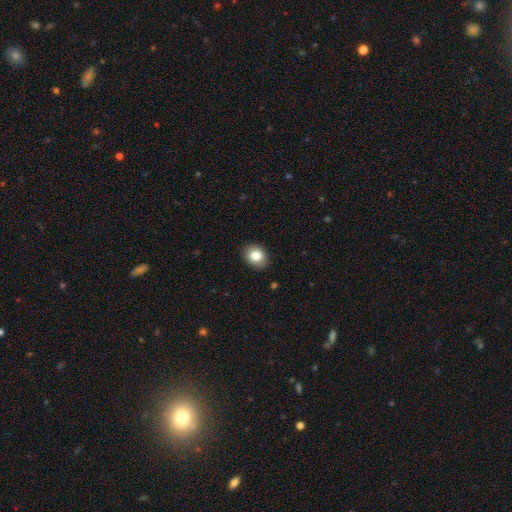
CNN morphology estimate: Smooth or featured: smooth — 83% (star or artifact — 9%)
How rounded: in between — 52% (round — 47%)
Merging: none — 89% (minor disturbance — 8%)